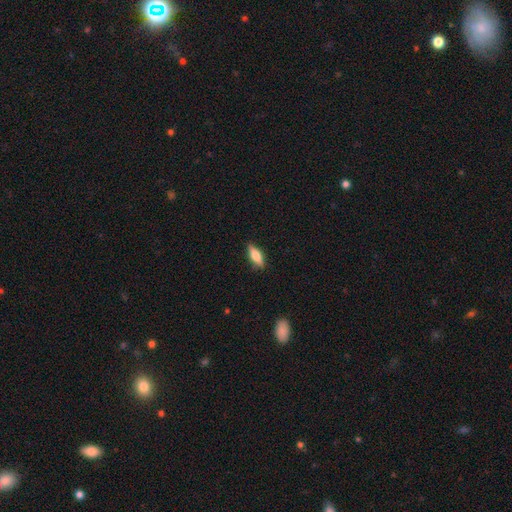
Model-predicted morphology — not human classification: type=smooth (64%); roundness=in between (60%); merging=none (87%).